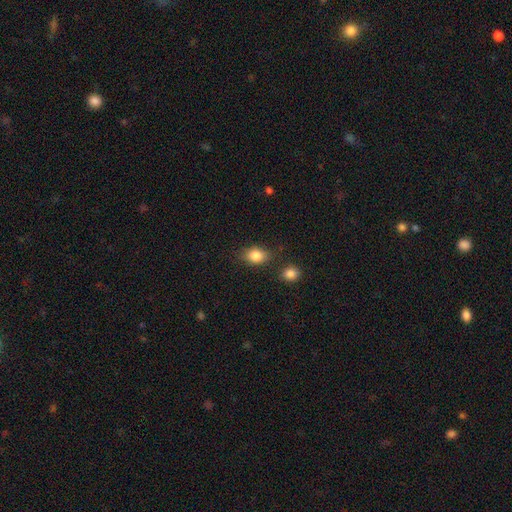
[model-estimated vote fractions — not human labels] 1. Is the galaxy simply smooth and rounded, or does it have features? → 84% smooth, 9% star or artifact, 7% featured or disk.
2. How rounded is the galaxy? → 70% in between, 28% round, 2% cigar-shaped.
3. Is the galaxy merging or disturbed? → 75% none, 15% minor disturbance, 6% merger, 4% major disturbance.